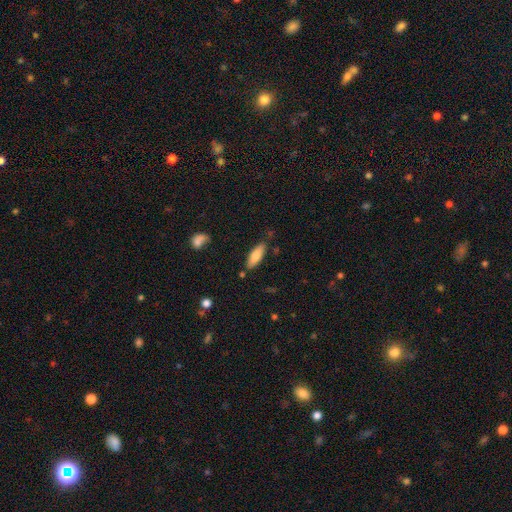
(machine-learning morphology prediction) type=smooth (78%); roundness=in between (58%); merging=none (80%).